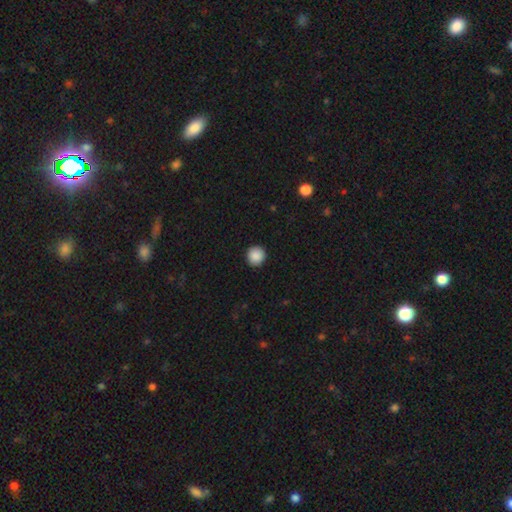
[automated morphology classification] smooth_or_featured: smooth (p=0.89) [alt: star or artifact p=0.08]
how_rounded: round (p=0.94) [alt: in between p=0.05]
merging: none (p=0.91) [alt: minor disturbance p=0.06]